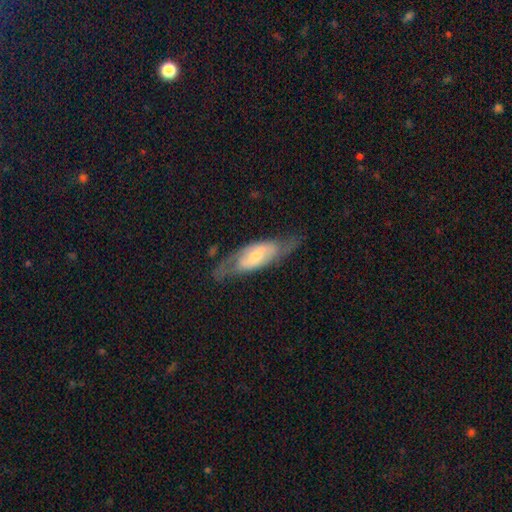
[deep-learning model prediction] Morphology: type=featured or disk (68%); edge-on=no (78%); bar=weak (39%); spiral arms=yes (69%); bulge=small (49%); merging=none (65%).